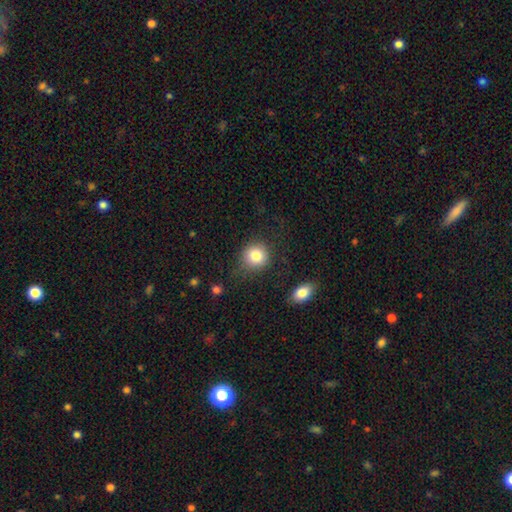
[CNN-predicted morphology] A smooth galaxy with no disk features (84%) that is round (86%). Merging: none (77%).